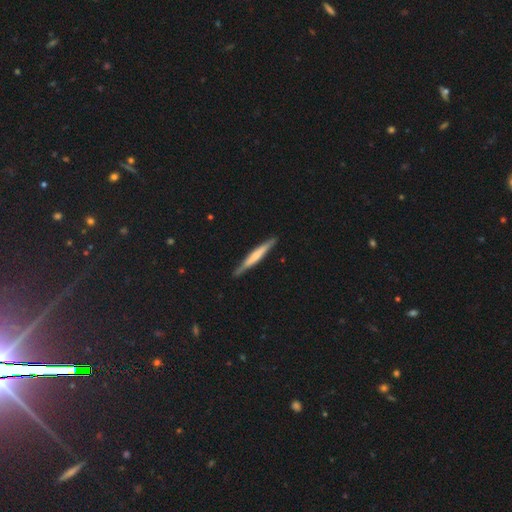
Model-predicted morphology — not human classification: Q: Smooth or featured?
A: featured or disk (49%); runner-up: smooth (46%)
Q: Merging?
A: none (87%); runner-up: minor disturbance (10%)